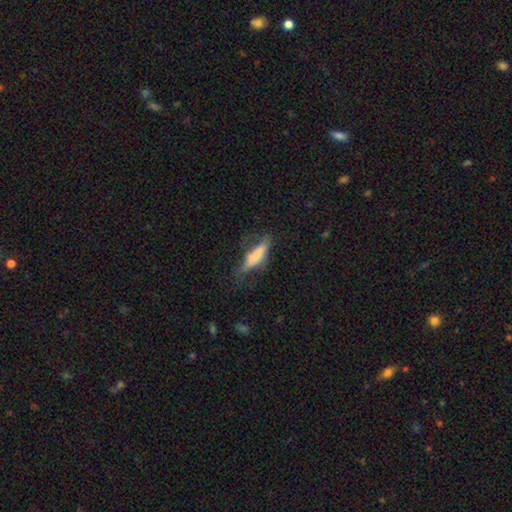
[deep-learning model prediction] smooth 62%, featured or disk 30%, star or artifact 9%. Down the decision tree: how rounded — cigar-shaped (67%); merging — none (44%).